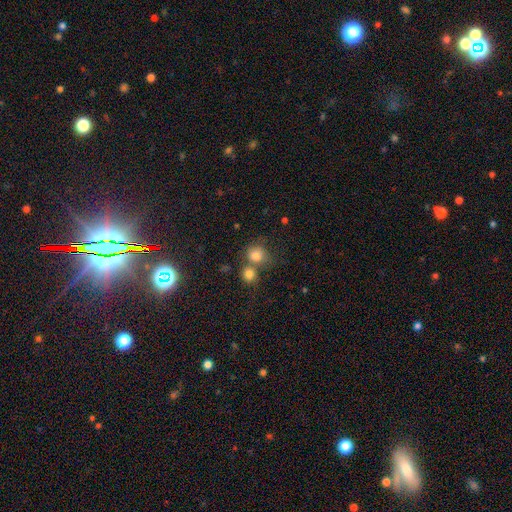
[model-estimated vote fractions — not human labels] Smooth or featured? Predicted: smooth (p=0.80). How rounded? Predicted: round (p=0.83). Merging? Predicted: none (p=0.46).